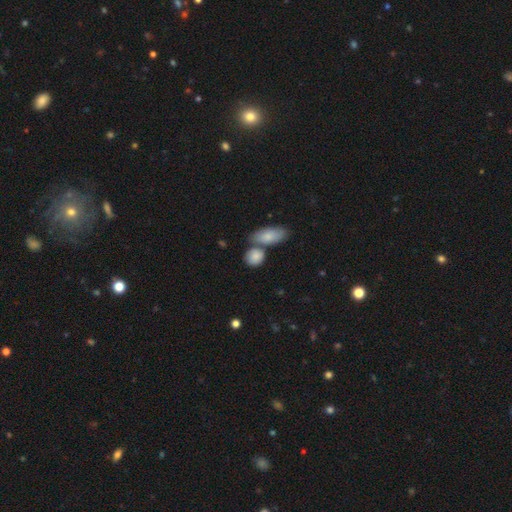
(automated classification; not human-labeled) Overall: smooth (85%). How rounded: round (58%; in between 38%). Merging: none (54%; merger 30%).